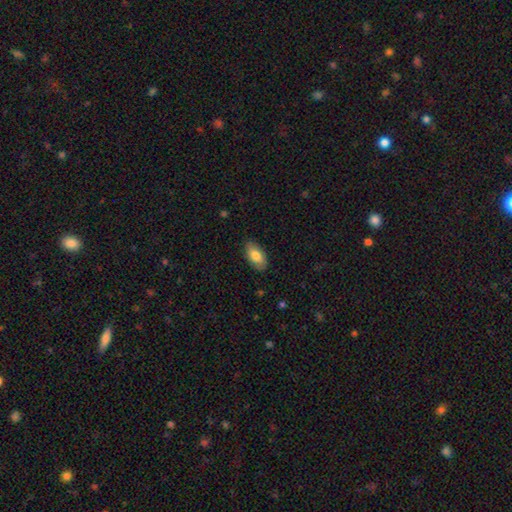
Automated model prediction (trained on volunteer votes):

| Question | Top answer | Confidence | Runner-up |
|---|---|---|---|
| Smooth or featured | smooth | 81% | featured or disk (12%) |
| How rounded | in between | 93% | cigar-shaped (3%) |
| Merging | none | 85% | minor disturbance (11%) |